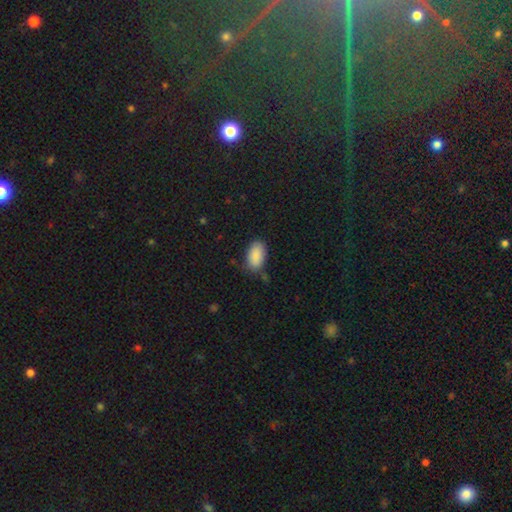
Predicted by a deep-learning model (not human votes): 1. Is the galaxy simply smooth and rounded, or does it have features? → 89% smooth, 7% star or artifact, 4% featured or disk.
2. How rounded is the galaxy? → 94% in between, 4% round, 2% cigar-shaped.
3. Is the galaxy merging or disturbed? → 72% none, 21% minor disturbance, 4% major disturbance, 3% merger.